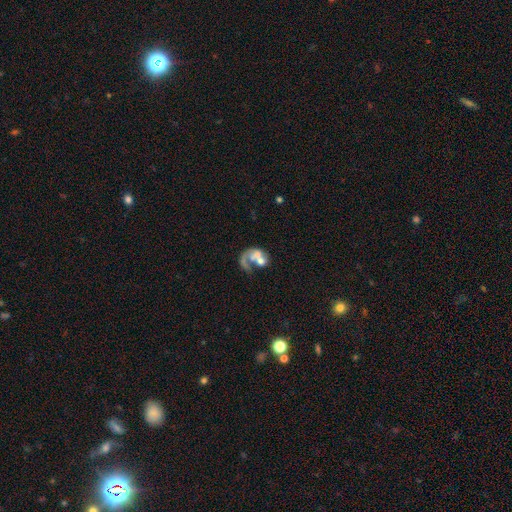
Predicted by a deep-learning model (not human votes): A featured or disk galaxy (61%) with no bar (82%), spiral arms (52%) and a moderate central bulge (33%).

Vote fractions:
- Smooth or featured? featured or disk: 61% / smooth: 29% / star or artifact: 9%
- Edge-on disk? no: 98% / yes: 2%
- Bar? no: 82% / weak: 14% / strong: 4%
- Spiral arms? yes: 52% / no: 48%
- Bulge size? moderate: 33% / none: 31% / small: 23% / large: 10% / dominant: 4%
- Merging? merger: 47% / major disturbance: 28% / none: 17% / minor disturbance: 9%